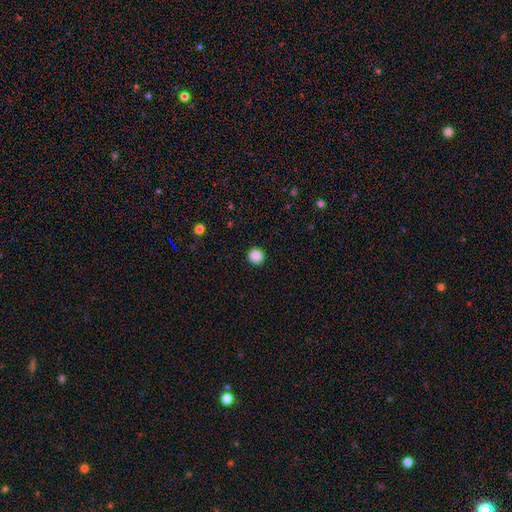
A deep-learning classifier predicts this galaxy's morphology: A smooth galaxy with no disk features (88%) that is round (94%). Merging: none (93%).